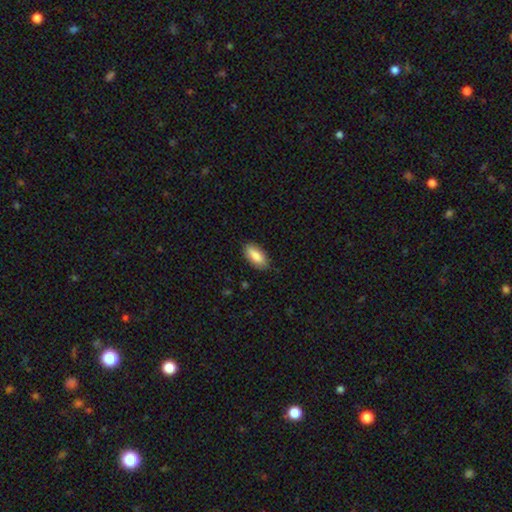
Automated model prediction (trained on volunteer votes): Q: Smooth or featured?
A: smooth (86%); runner-up: featured or disk (8%)
Q: How rounded?
A: in between (87%); runner-up: cigar-shaped (10%)
Q: Merging?
A: none (84%); runner-up: minor disturbance (13%)